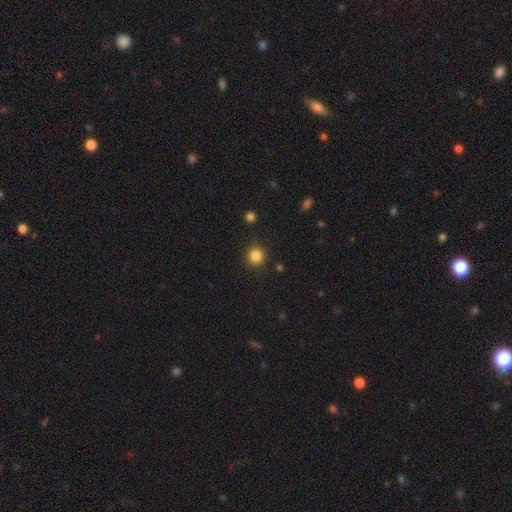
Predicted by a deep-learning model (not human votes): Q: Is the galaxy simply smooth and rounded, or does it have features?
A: smooth — 85%.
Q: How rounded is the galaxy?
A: round — 89%.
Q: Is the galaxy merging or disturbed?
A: none — 90%.